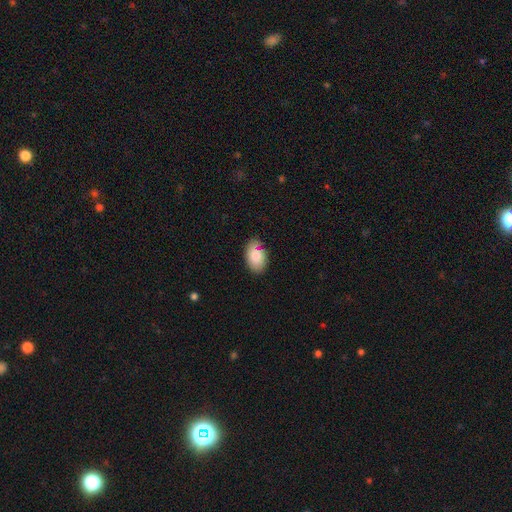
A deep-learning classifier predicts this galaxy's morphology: This is likely a smooth galaxy (78%). How rounded: clearly in between (89%). Merging: likely none (76%).